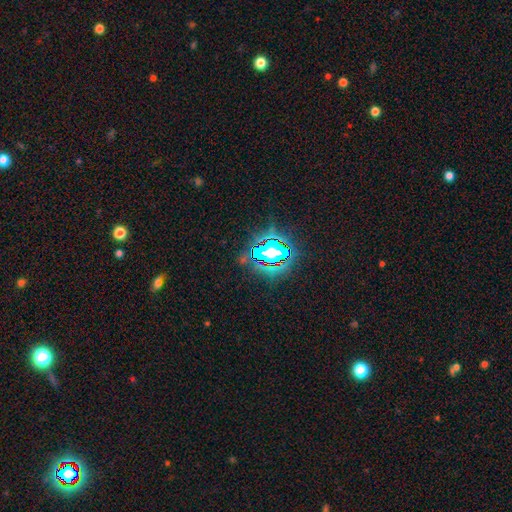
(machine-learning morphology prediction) smooth_or_featured: star or artifact (p=0.82) [alt: smooth p=0.10]